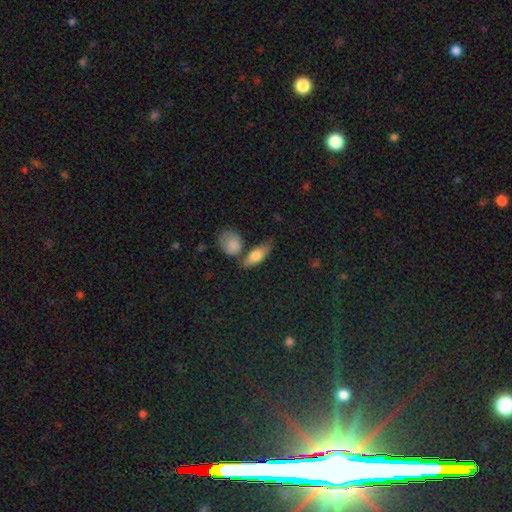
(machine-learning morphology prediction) Smooth or featured: smooth — 71% (featured or disk — 21%)
How rounded: in between — 67% (cigar-shaped — 25%)
Merging: none — 64% (merger — 16%)